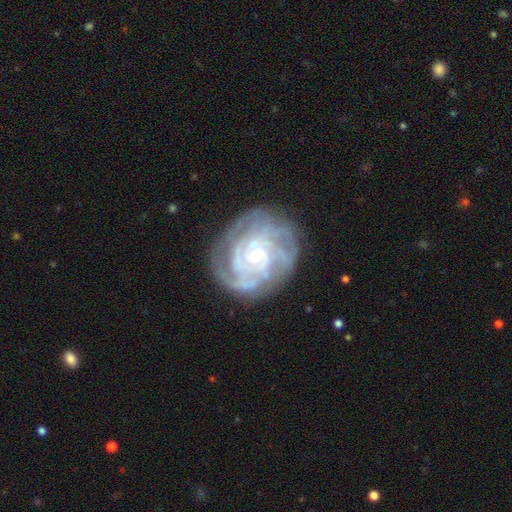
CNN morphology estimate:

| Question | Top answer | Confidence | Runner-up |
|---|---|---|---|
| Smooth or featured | featured or disk | 85% | smooth (8%) |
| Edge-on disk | no | 97% | yes (3%) |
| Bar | no | 68% | weak (26%) |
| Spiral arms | yes | 95% | no (5%) |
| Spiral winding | tight | 74% | medium (22%) |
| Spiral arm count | can't tell | 32% | 4 (22%) |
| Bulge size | small | 62% | moderate (33%) |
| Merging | none | 77% | minor disturbance (16%) |